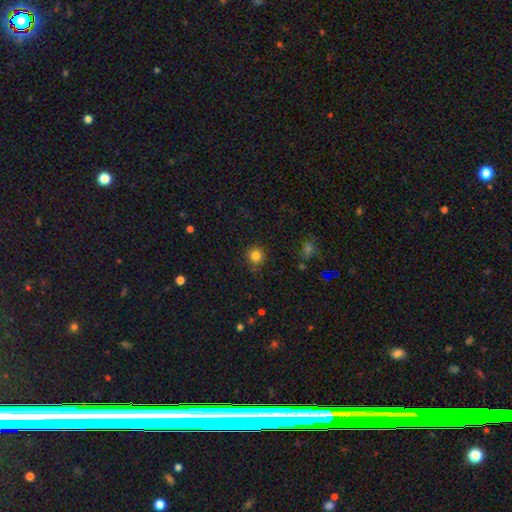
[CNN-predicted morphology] The model was most divided on "smooth or featured": smooth: 82%, star or artifact: 13%, featured or disk: 5%. More confident: how rounded — round (90%); merging — none (84%).